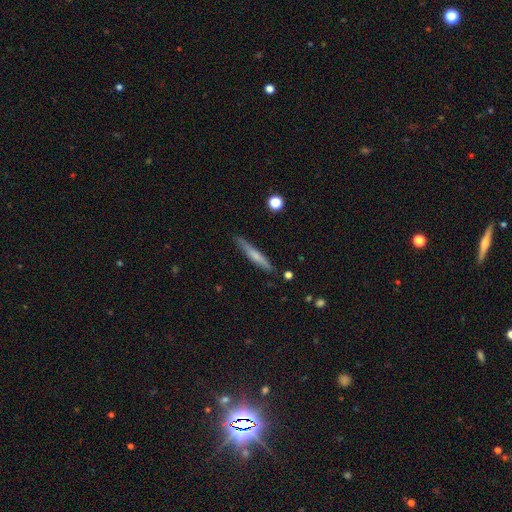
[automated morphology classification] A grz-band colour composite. It shows a smooth galaxy with no disk features (57%) that is cigar-shaped (94%). Merging: none (82%).